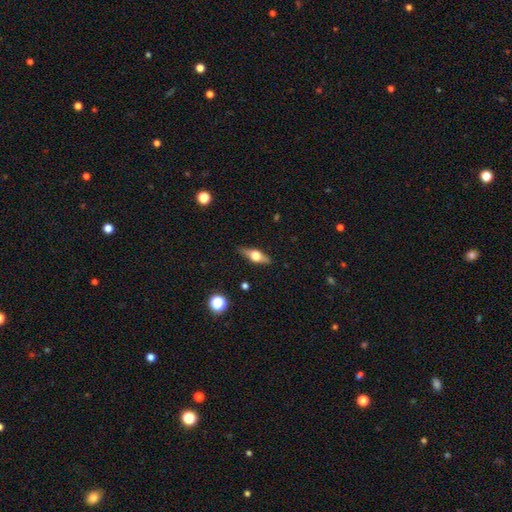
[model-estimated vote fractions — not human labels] A featured or disk galaxy (58%) viewed edge-on (93%) with a rounded central bulge (94%).

Vote fractions:
- Smooth or featured? featured or disk: 58% / smooth: 34% / star or artifact: 7%
- Edge-on disk? yes: 93% / no: 7%
- Edge-on bulge? rounded: 94% / boxy: 4% / none: 1%
- Merging? none: 86% / minor disturbance: 10% / major disturbance: 3% / merger: 1%